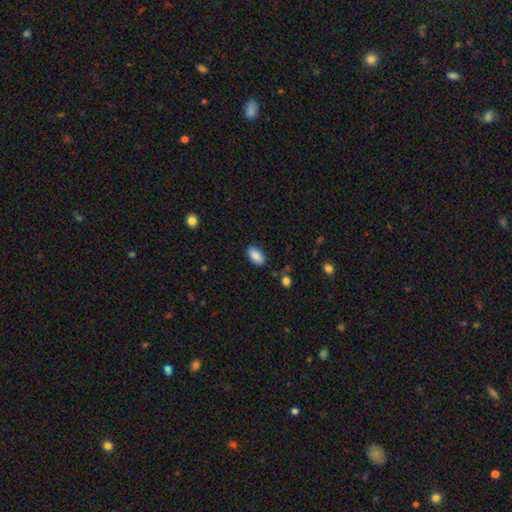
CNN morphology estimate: A smooth galaxy with no disk features (88%) that is in between round and cigar-shaped (93%).

Vote fractions:
- Smooth or featured? smooth: 88% / star or artifact: 7% / featured or disk: 5%
- How rounded? in between: 93% / round: 3% / cigar-shaped: 3%
- Merging? none: 85% / minor disturbance: 11% / major disturbance: 3% / merger: 2%